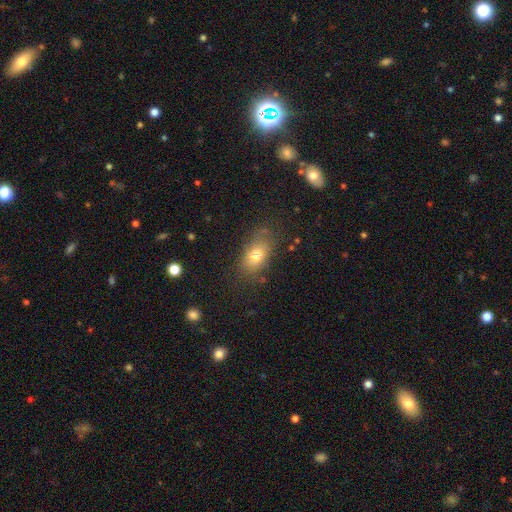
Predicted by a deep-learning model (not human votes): A smooth galaxy with no disk features (75%) that is in between round and cigar-shaped (84%).

Vote fractions:
- Smooth or featured? smooth: 75% / featured or disk: 14% / star or artifact: 11%
- How rounded? in between: 84% / round: 12% / cigar-shaped: 3%
- Merging? none: 70% / minor disturbance: 20% / major disturbance: 8% / merger: 3%